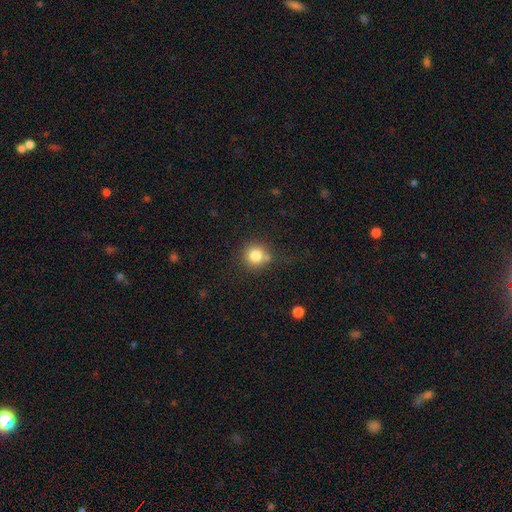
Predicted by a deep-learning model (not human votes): This is clearly a smooth galaxy (80%). How rounded: clearly round (92%). Merging: likely none (70%).